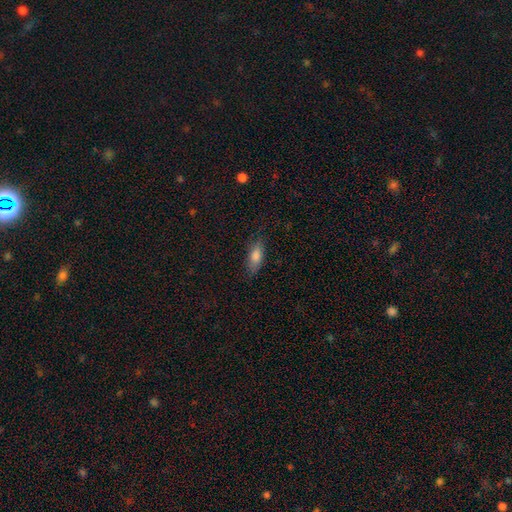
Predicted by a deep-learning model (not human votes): A smooth galaxy with no disk features (80%) that is in between round and cigar-shaped (75%). Merging: none (80%).